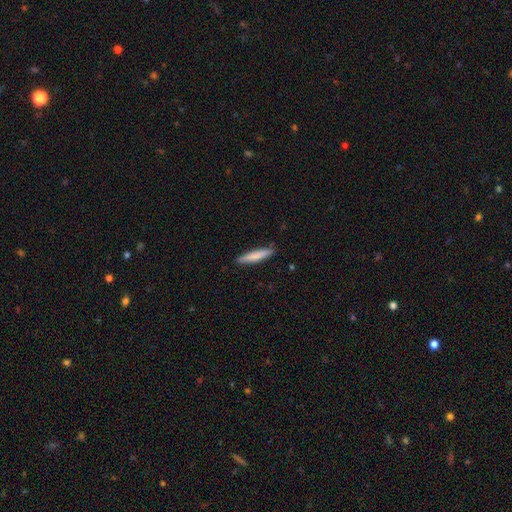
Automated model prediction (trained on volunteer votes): This is likely a smooth galaxy (78%). How rounded: clearly cigar-shaped (90%). Merging: clearly none (88%).